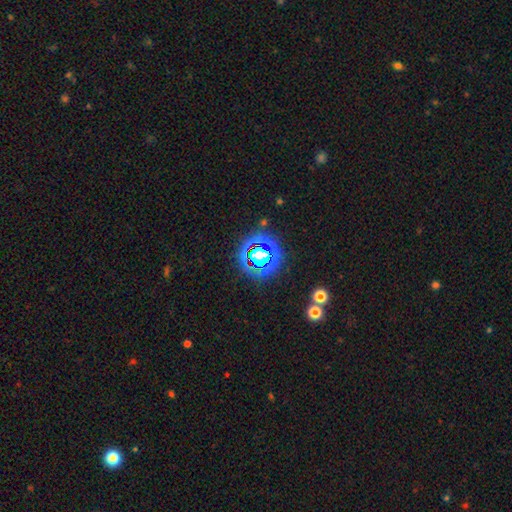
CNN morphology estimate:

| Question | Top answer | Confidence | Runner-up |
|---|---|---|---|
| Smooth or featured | star or artifact | 76% | smooth (14%) |